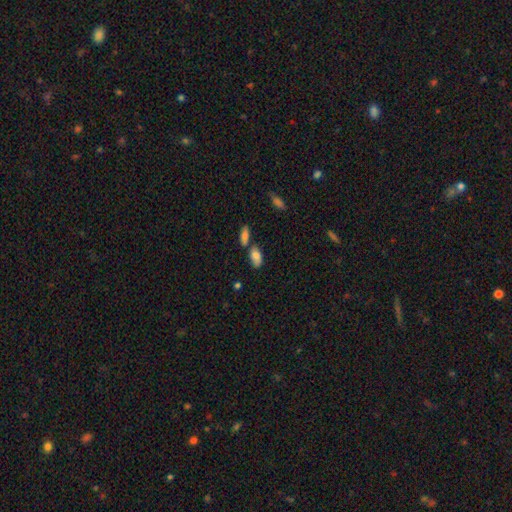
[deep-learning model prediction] Smooth or featured: smooth — 81% (featured or disk — 10%)
How rounded: in between — 90% (cigar-shaped — 6%)
Merging: none — 52% (merger — 26%)